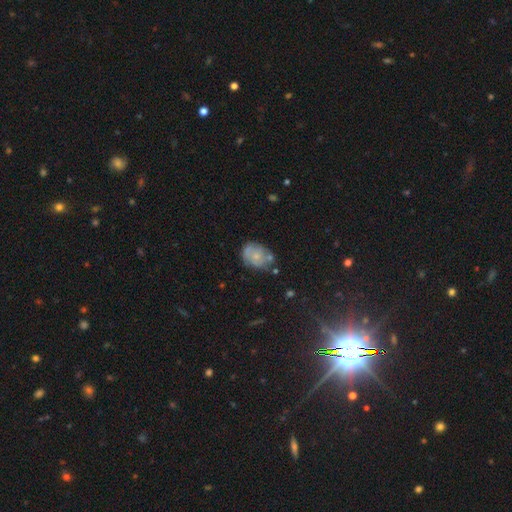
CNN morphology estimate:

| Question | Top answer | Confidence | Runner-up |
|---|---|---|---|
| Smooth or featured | smooth | 48% | featured or disk (43%) |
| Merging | none | 54% | minor disturbance (27%) |